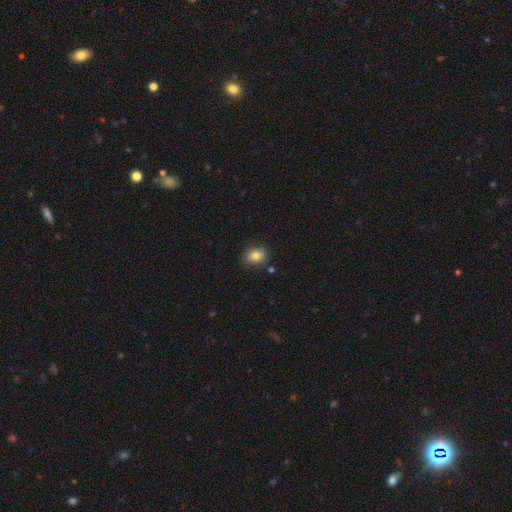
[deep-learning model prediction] The model was most divided on "how rounded": round: 51%, in between: 48%, cigar-shaped: 1%. More confident: merging — none (83%); smooth or featured — smooth (80%).